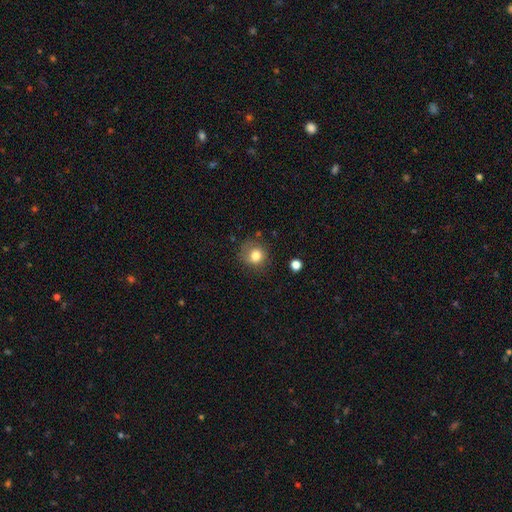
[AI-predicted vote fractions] Morphology: type=smooth (80%); roundness=round (82%); merging=none (67%).